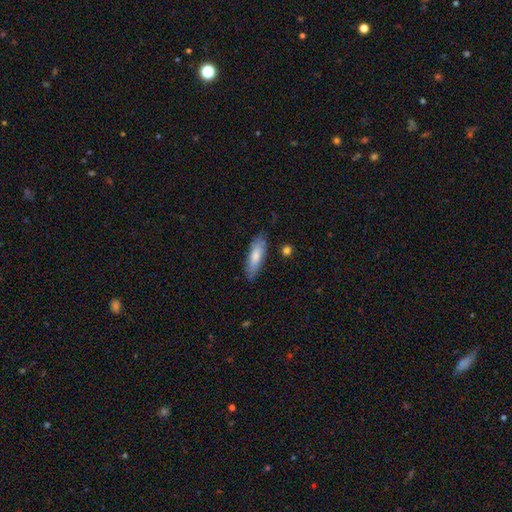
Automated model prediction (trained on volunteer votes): Smooth or featured? smooth (74%)
How rounded? in between (49%, tied with cigar-shaped)
Merging? none (80%)